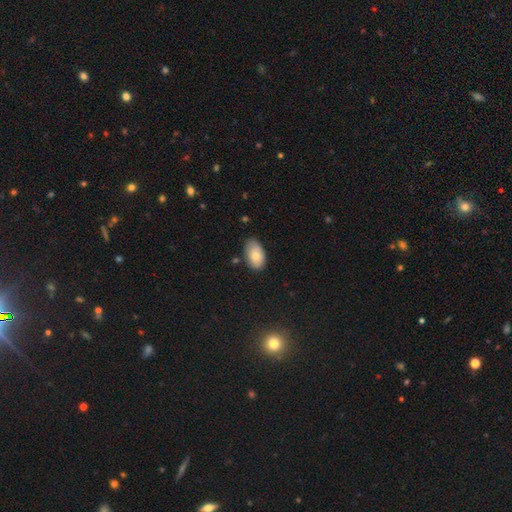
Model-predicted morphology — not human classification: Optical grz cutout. It shows a smooth galaxy with no disk features (78%) that is in between round and cigar-shaped (93%). Merging: none (73%).